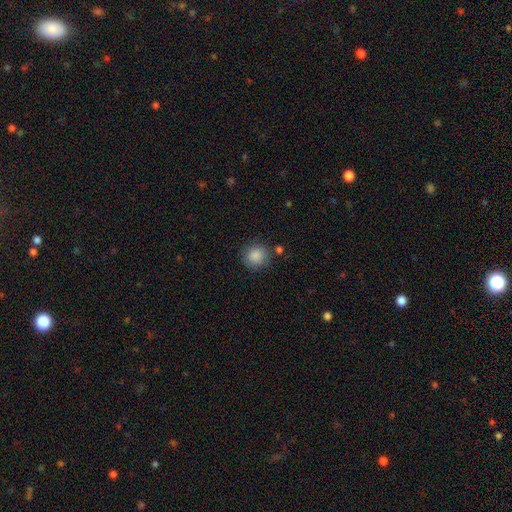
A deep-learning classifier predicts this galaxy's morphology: type=smooth (87%); roundness=round (88%); merging=none (81%).